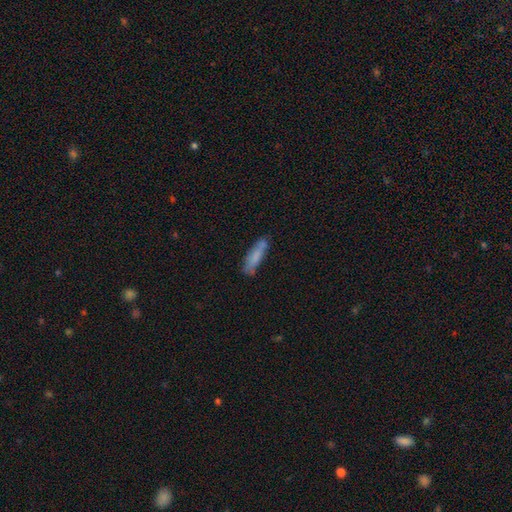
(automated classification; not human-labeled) Smooth or featured?
  - smooth: 76% *
  - featured or disk: 17%
  - star or artifact: 7%
How rounded?
  - cigar-shaped: 72% *
  - in between: 27%
  - round: 2%
Merging?
  - none: 67% *
  - minor disturbance: 21%
  - merger: 7%
  - major disturbance: 5%